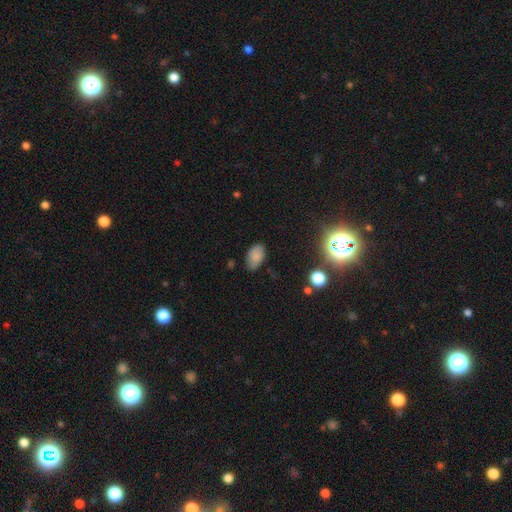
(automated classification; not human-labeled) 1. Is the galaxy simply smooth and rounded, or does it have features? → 82% smooth, 11% star or artifact, 7% featured or disk.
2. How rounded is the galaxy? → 91% in between, 8% round, 1% cigar-shaped.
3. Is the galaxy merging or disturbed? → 76% none, 19% minor disturbance, 4% major disturbance, 2% merger.